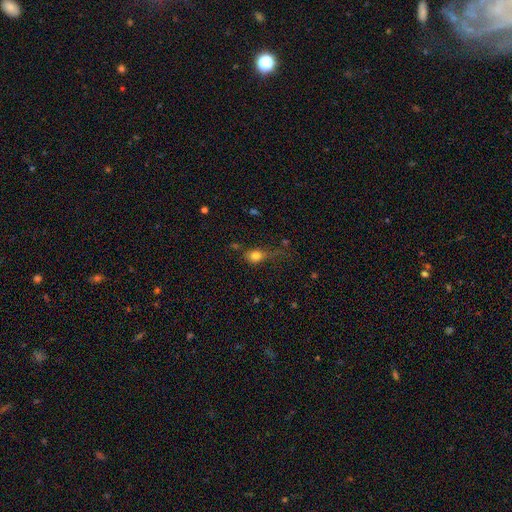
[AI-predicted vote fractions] Overall: smooth (77%). How rounded: round (49%; in between 47%). Merging: none (42%; minor disturbance 29%).